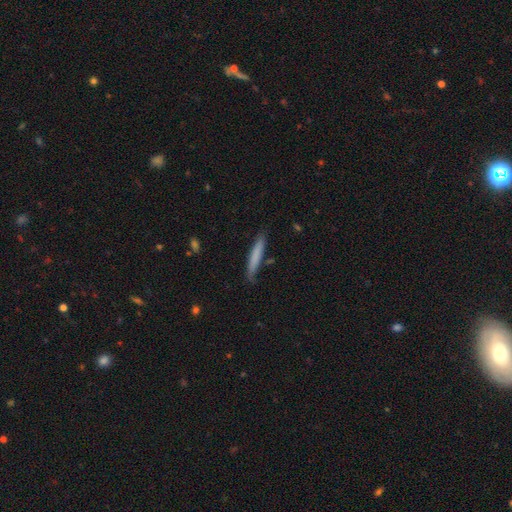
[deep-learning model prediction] A smooth galaxy with no disk features (75%) that is cigar-shaped (94%). Merging: none (81%).